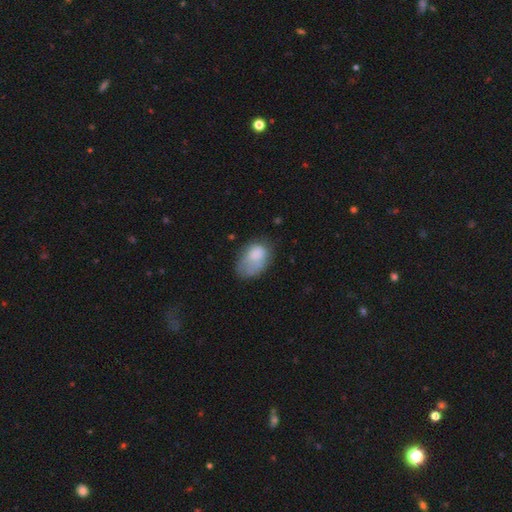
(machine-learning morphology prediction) Smooth or featured?
  - smooth: 74% *
  - featured or disk: 18%
  - star or artifact: 8%
How rounded?
  - in between: 83% *
  - round: 16%
  - cigar-shaped: 1%
Merging?
  - none: 37% *
  - minor disturbance: 34%
  - major disturbance: 24%
  - merger: 5%